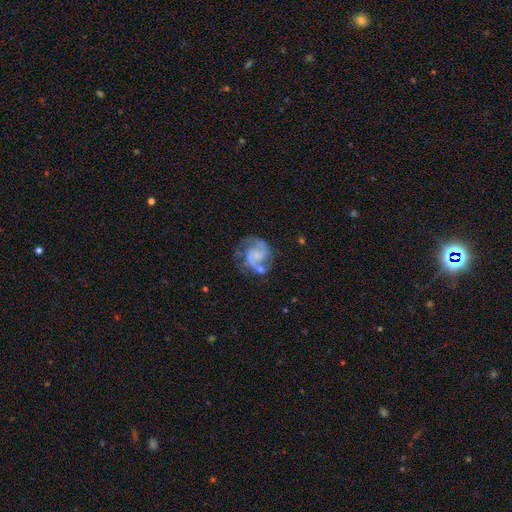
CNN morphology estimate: A featured or disk galaxy (77%) with no bar (63%), 2 (70%) medium (50%) spiral arms (90%) and a small central bulge (41%).

Vote fractions:
- Smooth or featured? featured or disk: 77% / smooth: 16% / star or artifact: 7%
- Edge-on disk? no: 98% / yes: 2%
- Bar? no: 63% / weak: 31% / strong: 6%
- Spiral arms? yes: 90% / no: 10%
- Spiral winding? medium: 50% / tight: 28% / loose: 22%
- Spiral arm count? 2: 70% / can't tell: 12% / 3: 8% / 1: 5% / 4: 2% / more than 4: 2%
- Bulge size? small: 41% / none: 34% / moderate: 19% / large: 5% / dominant: 2%
- Merging? none: 48% / minor disturbance: 21% / major disturbance: 19% / merger: 11%